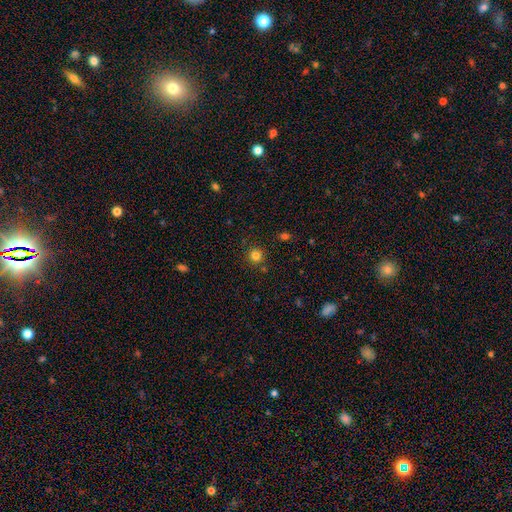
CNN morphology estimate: smooth_or_featured: smooth (p=0.81) [alt: star or artifact p=0.14]
how_rounded: round (p=0.94) [alt: in between p=0.05]
merging: none (p=0.88) [alt: minor disturbance p=0.06]